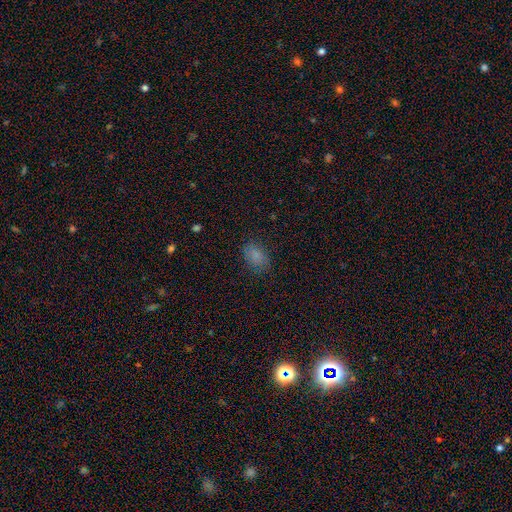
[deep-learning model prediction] A smooth galaxy with no disk features (80%) that is in between round and cigar-shaped (79%).

Vote fractions:
- Smooth or featured? smooth: 80% / star or artifact: 12% / featured or disk: 7%
- How rounded? in between: 79% / round: 20% / cigar-shaped: 1%
- Merging? none: 79% / minor disturbance: 15% / major disturbance: 5% / merger: 1%